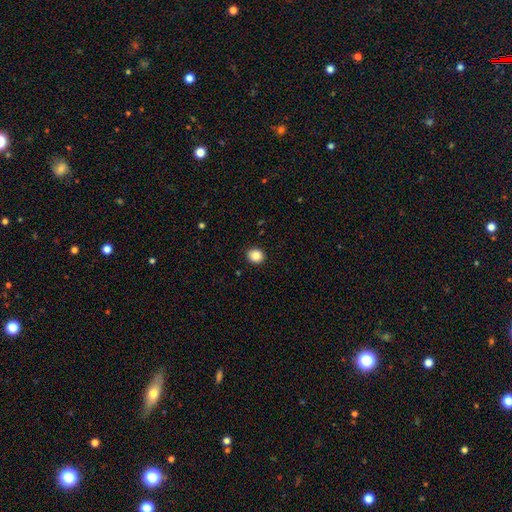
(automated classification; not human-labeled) Smooth or featured?
  - smooth: 86% *
  - star or artifact: 9%
  - featured or disk: 5%
How rounded?
  - round: 76% *
  - in between: 23%
  - cigar-shaped: 1%
Merging?
  - none: 91% *
  - minor disturbance: 6%
  - major disturbance: 2%
  - merger: 1%